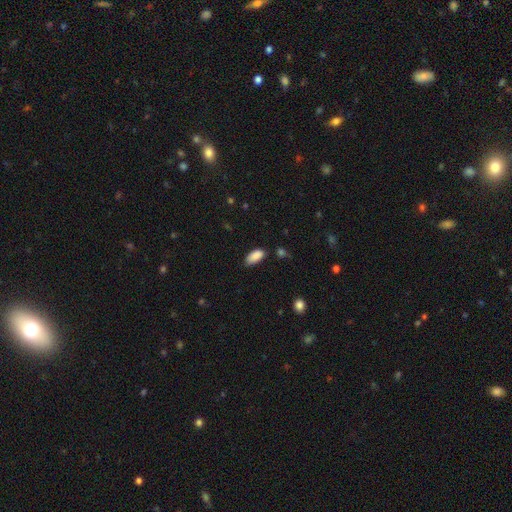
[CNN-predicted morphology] Smooth or featured? smooth (88%)
How rounded? in between (90%)
Merging? none (71%)